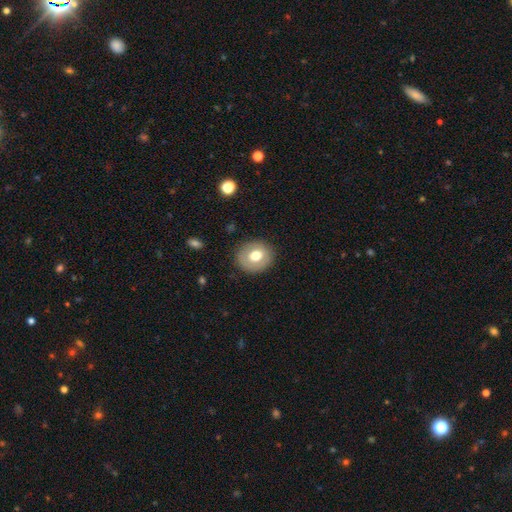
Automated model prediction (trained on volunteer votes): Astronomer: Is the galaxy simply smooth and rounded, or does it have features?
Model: smooth — 66%.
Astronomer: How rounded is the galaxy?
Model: round — 75%.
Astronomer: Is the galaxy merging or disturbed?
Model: none — 87%.